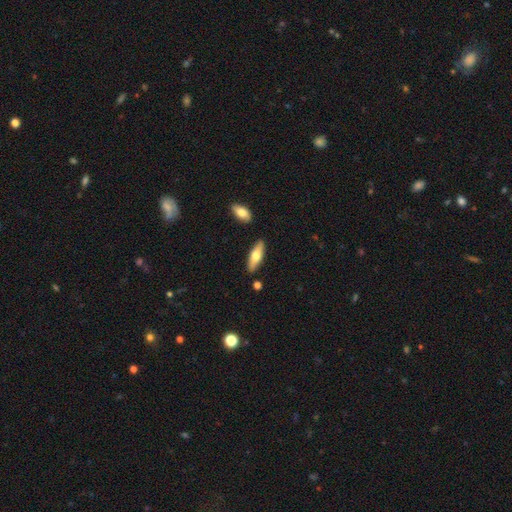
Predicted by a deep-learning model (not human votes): smooth_or_featured: smooth (p=0.63) [alt: featured or disk p=0.32]
how_rounded: in between (p=0.52) [alt: cigar-shaped p=0.45]
merging: none (p=0.85) [alt: minor disturbance p=0.09]